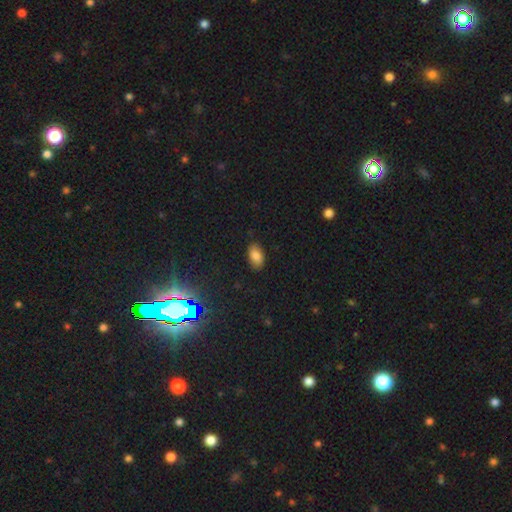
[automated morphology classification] Overall: smooth (81%). How rounded: in between (93%). Merging: none (85%).